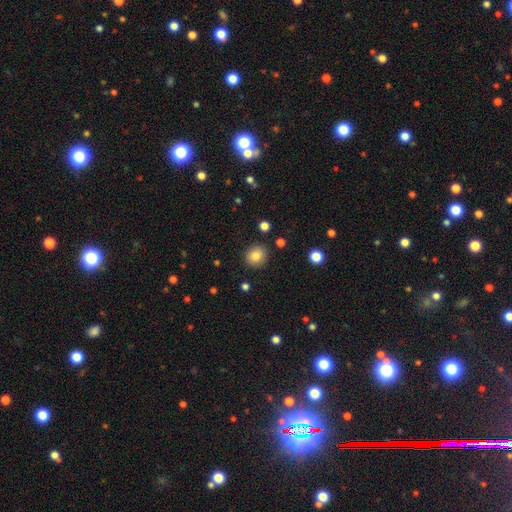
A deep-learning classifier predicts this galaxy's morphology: The model was most divided on "how rounded": round: 86%, in between: 13%, cigar-shaped: 1%. More confident: merging — none (89%); smooth or featured — smooth (83%).